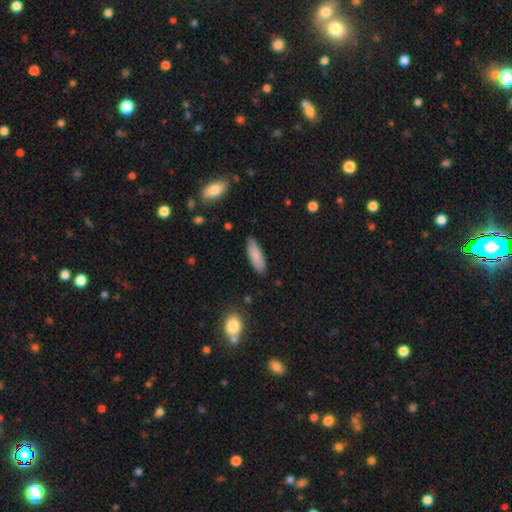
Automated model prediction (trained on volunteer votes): This appears to be a smooth galaxy with no disk features (83%) that is in between round and cigar-shaped (51%). Merging: none (85%).